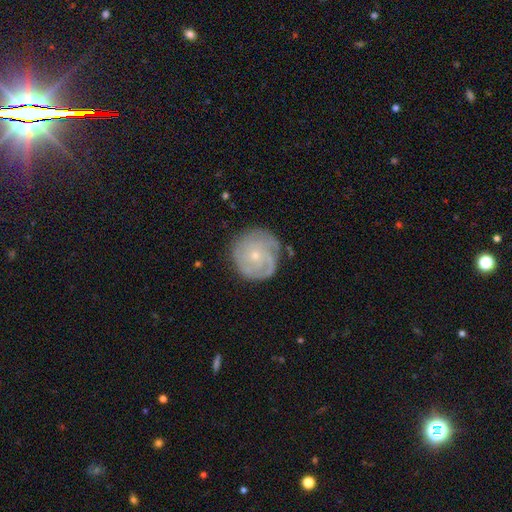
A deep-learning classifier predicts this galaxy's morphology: smooth-or-featured: featured or disk: 73% | smooth: 21% | star or artifact: 7%
  disk-edge-on: no: 98% | yes: 2%
    bar: no: 81% | weak: 17% | strong: 2%
    has-spiral-arms: yes: 91% | no: 9%
      spiral-winding: tight: 71% | medium: 23% | loose: 7%
      spiral-arm-count: can't tell: 34% | 3: 25% | 4: 15% | 2: 13% | more than 4: 6% | 1: 6%
    bulge-size: small: 73% | moderate: 24% | none: 2% | large: 1% | dominant: 1%
  merging: none: 76% | minor disturbance: 17% | major disturbance: 5% | merger: 2%